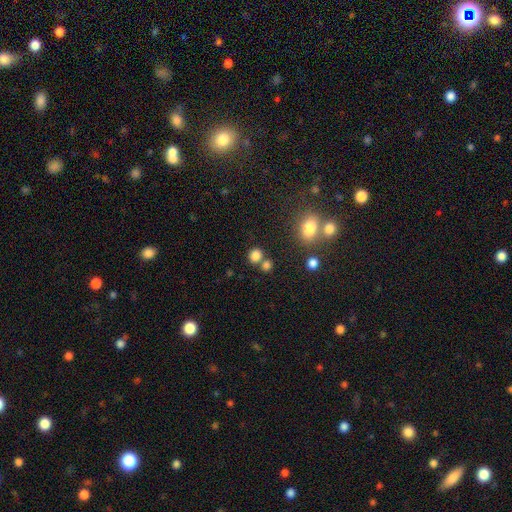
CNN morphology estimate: This is clearly a smooth galaxy (80%). How rounded: likely round (74%). Merging: likely none (61%).